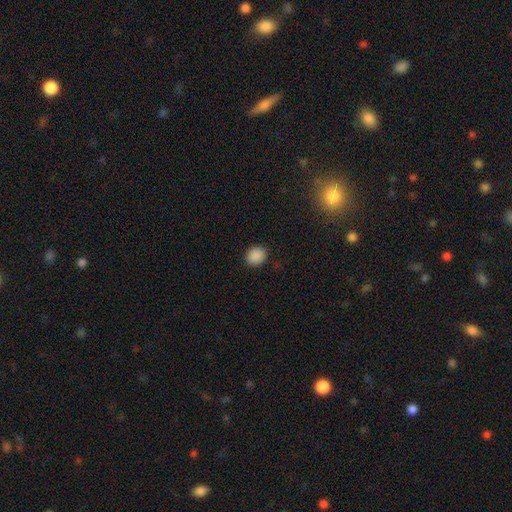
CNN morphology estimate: Overall: smooth (89%). How rounded: round (64%; in between 35%). Merging: none (89%).